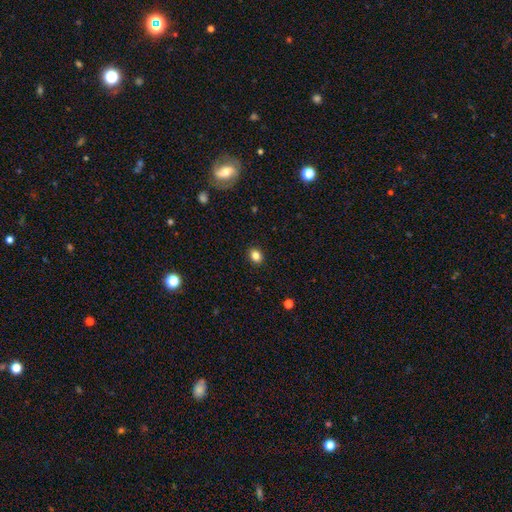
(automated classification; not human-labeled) Smooth or featured? smooth (84%)
How rounded? round (51%)
Merging? none (91%)